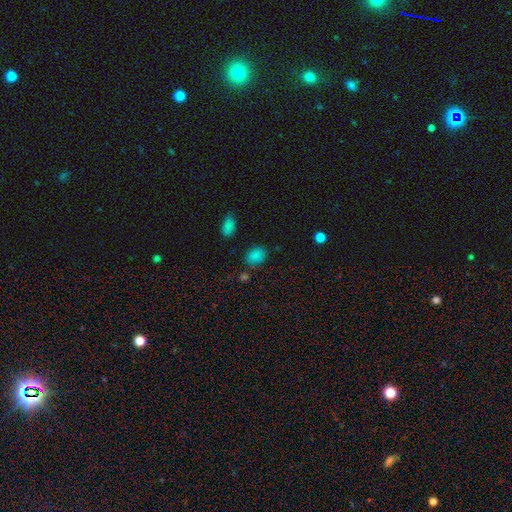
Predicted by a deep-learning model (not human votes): A smooth galaxy with no disk features (82%) that is in between round and cigar-shaped (70%).

Vote fractions:
- Smooth or featured? smooth: 82% / star or artifact: 13% / featured or disk: 4%
- How rounded? in between: 70% / round: 28% / cigar-shaped: 1%
- Merging? none: 77% / minor disturbance: 14% / merger: 5% / major disturbance: 4%